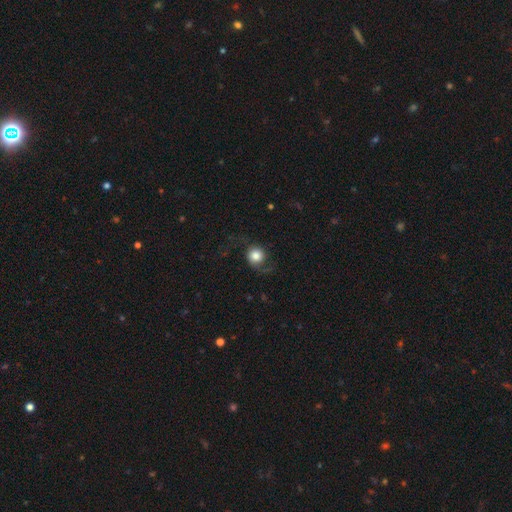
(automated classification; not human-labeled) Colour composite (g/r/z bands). It shows a smooth galaxy with no disk features (58%) that is round (86%). Merging: none (60%).